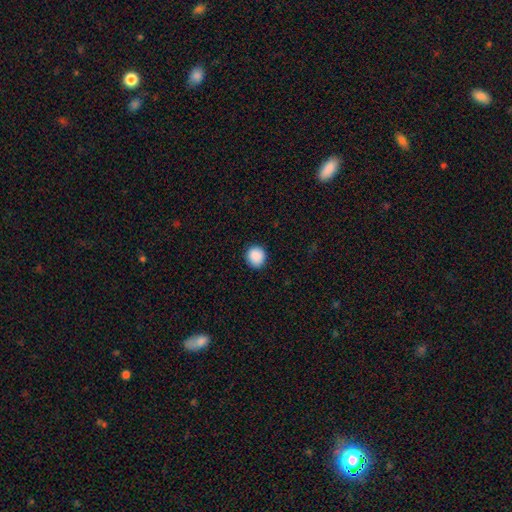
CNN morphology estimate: Q: Smooth or featured?
A: smooth (89%); runner-up: star or artifact (8%)
Q: How rounded?
A: round (90%); runner-up: in between (9%)
Q: Merging?
A: none (90%); runner-up: minor disturbance (8%)